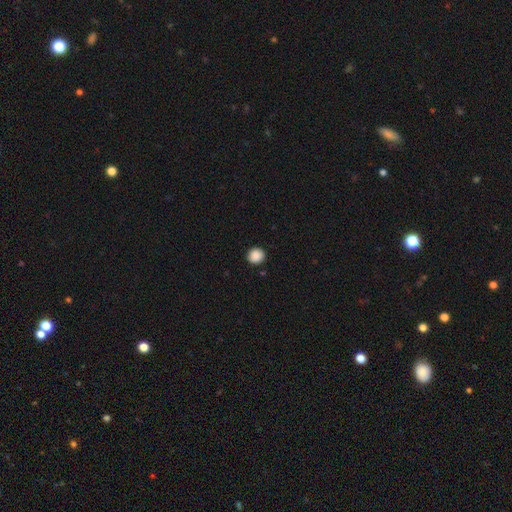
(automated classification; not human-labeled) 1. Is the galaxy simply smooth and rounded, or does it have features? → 89% smooth, 9% star or artifact, 3% featured or disk.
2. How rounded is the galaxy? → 91% round, 8% in between, 1% cigar-shaped.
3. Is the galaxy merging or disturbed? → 91% none, 6% minor disturbance, 2% major disturbance, 1% merger.